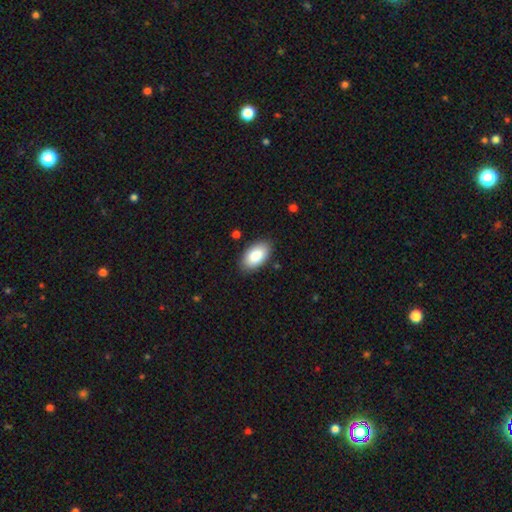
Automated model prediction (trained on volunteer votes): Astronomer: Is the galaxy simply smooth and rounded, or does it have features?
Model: smooth — 87%.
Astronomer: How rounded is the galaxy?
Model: in between — 95%.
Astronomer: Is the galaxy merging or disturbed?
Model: none — 86%.